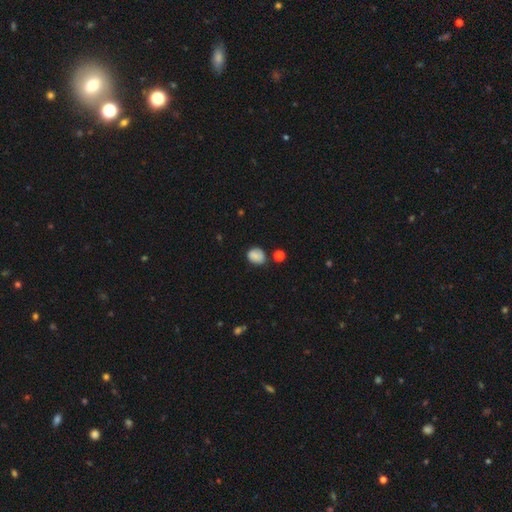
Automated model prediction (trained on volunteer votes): The model was most divided on "how rounded": round: 52%, in between: 47%, cigar-shaped: 1%. More confident: smooth or featured — smooth (83%); merging — none (70%).